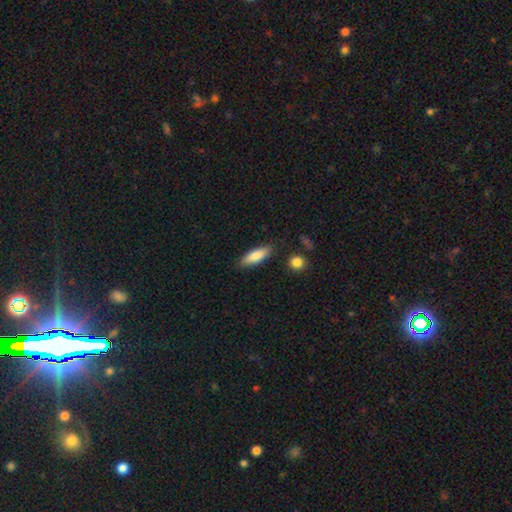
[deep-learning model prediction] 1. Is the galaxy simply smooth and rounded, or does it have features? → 81% smooth, 13% featured or disk, 6% star or artifact.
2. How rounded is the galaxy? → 57% in between, 41% cigar-shaped, 2% round.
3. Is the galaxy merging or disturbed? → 84% none, 11% minor disturbance, 2% merger, 2% major disturbance.